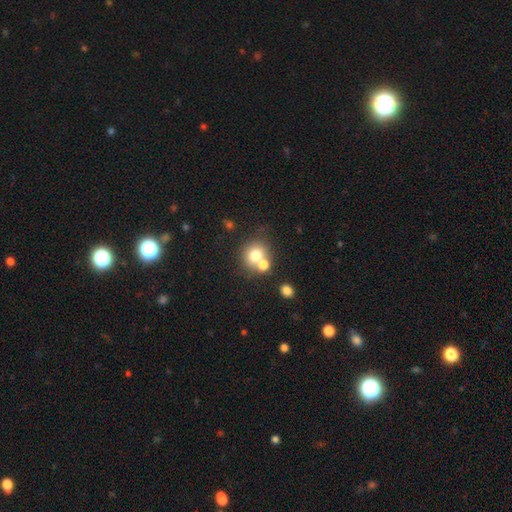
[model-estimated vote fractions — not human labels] A smooth galaxy with no disk features (73%) that is round (81%).

Vote fractions:
- Smooth or featured? smooth: 73% / featured or disk: 15% / star or artifact: 13%
- How rounded? round: 81% / in between: 18% / cigar-shaped: 1%
- Merging? none: 49% / merger: 39% / minor disturbance: 8% / major disturbance: 4%